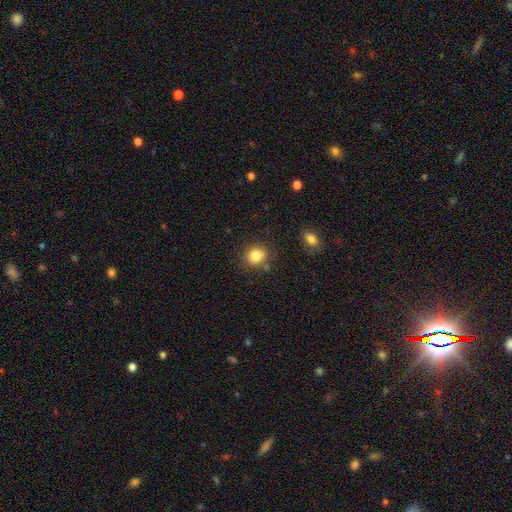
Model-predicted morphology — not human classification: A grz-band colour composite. It shows a smooth galaxy with no disk features (83%) that is round (79%). Merging: none (80%).